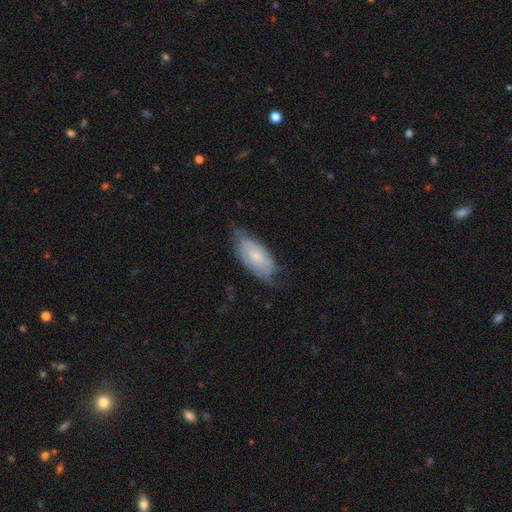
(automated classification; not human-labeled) The model was most divided on "smooth or featured": smooth: 59%, featured or disk: 34%, star or artifact: 7%. More confident: how rounded — in between (86%); merging — none (61%).